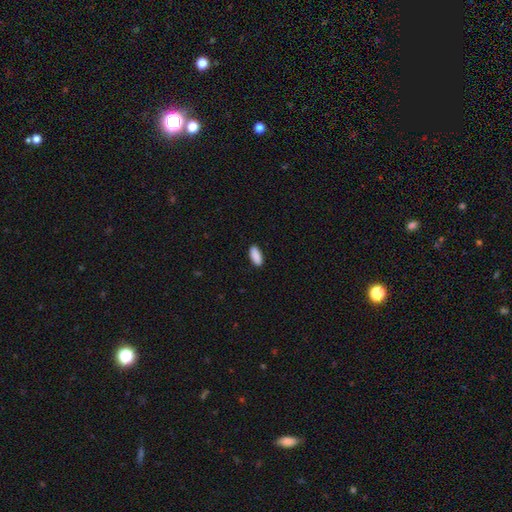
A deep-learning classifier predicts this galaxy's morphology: Smooth or featured? smooth (91%)
How rounded? in between (85%)
Merging? none (89%)